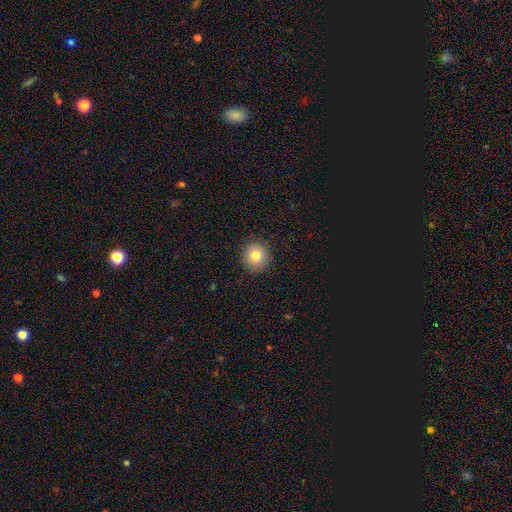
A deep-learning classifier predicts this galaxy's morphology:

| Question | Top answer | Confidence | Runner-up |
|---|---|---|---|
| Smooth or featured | smooth | 81% | star or artifact (11%) |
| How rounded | round | 94% | in between (5%) |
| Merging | none | 91% | minor disturbance (6%) |